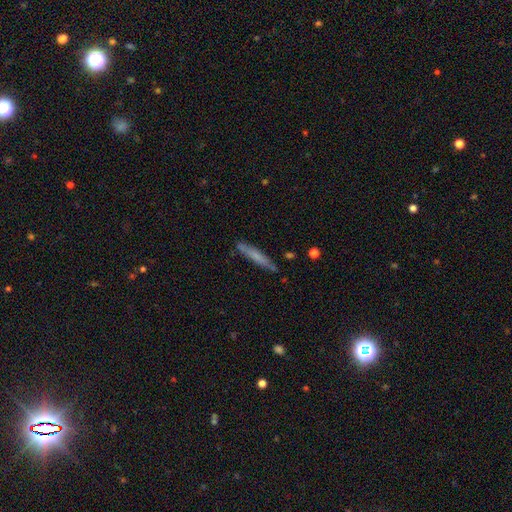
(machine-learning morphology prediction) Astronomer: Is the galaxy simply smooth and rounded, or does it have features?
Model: smooth — 63%.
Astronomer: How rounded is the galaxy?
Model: cigar-shaped — 94%.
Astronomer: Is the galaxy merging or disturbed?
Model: none — 82%.